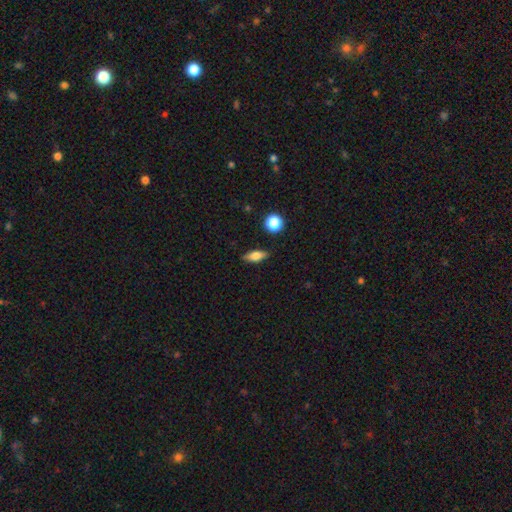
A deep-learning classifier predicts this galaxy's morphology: A smooth galaxy with no disk features (68%) that is in between round and cigar-shaped (67%).

Vote fractions:
- Smooth or featured? smooth: 68% / featured or disk: 24% / star or artifact: 9%
- How rounded? in between: 67% / cigar-shaped: 25% / round: 8%
- Merging? none: 86% / minor disturbance: 10% / major disturbance: 2% / merger: 2%